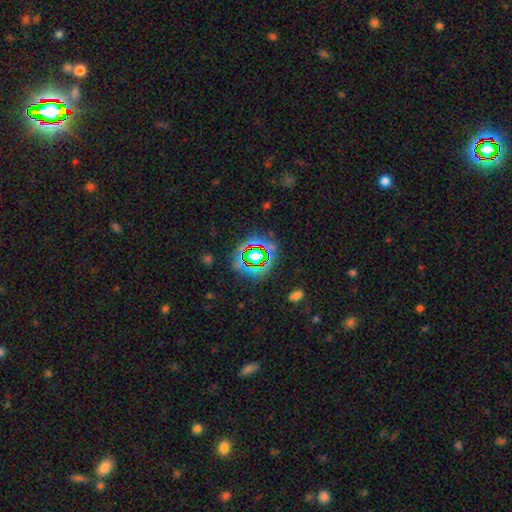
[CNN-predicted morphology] Q: Smooth or featured?
A: star or artifact (65%); runner-up: smooth (22%)